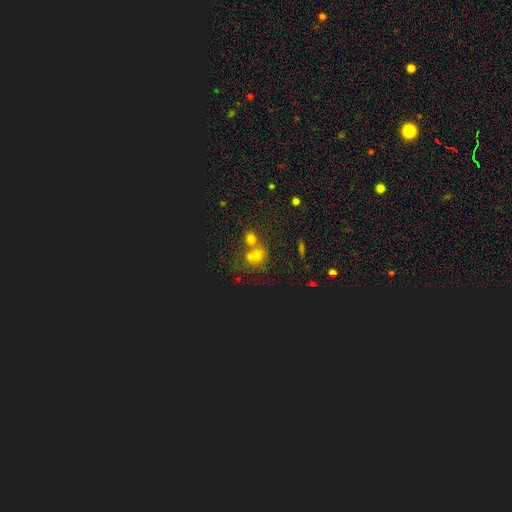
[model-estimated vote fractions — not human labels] Morphology: type=smooth (54%); roundness=round (63%); merging=merger (52%).